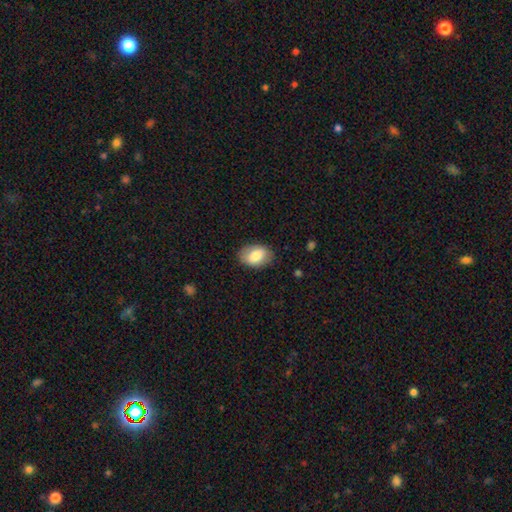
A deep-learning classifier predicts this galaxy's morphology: Smooth or featured?
  - smooth: 80% *
  - featured or disk: 14%
  - star or artifact: 7%
How rounded?
  - in between: 86% *
  - round: 12%
  - cigar-shaped: 1%
Merging?
  - none: 83% *
  - minor disturbance: 13%
  - major disturbance: 3%
  - merger: 1%